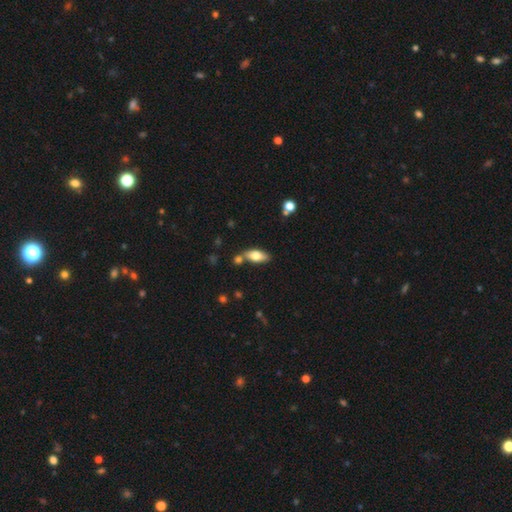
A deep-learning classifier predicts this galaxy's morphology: Overall: smooth (71%). How rounded: in between (83%). Merging: none (71%).